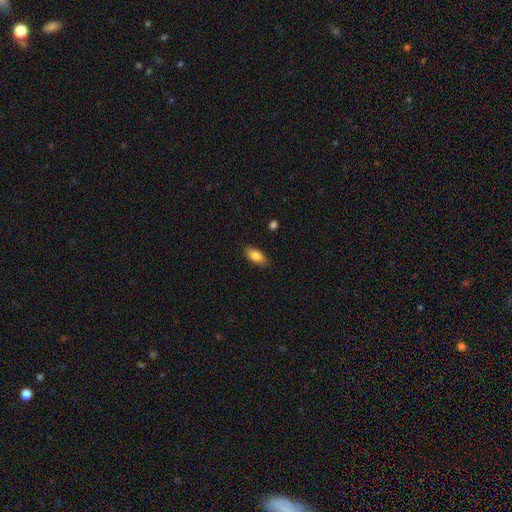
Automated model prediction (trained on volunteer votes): Smooth or featured? Predicted: smooth (p=0.83). How rounded? Predicted: in between (p=0.88). Merging? Predicted: none (p=0.86).